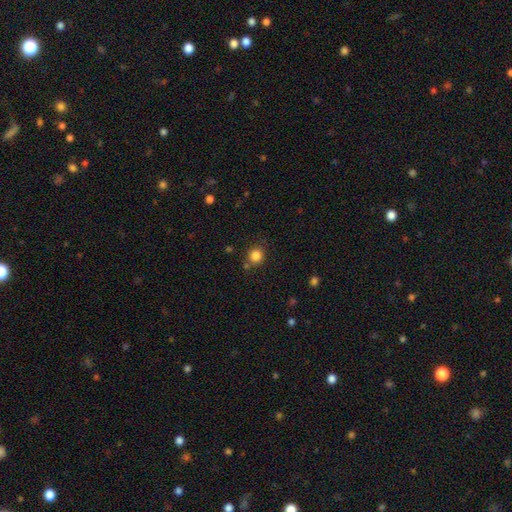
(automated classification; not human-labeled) Smooth or featured?
  - smooth: 84% *
  - star or artifact: 12%
  - featured or disk: 4%
How rounded?
  - round: 89% *
  - in between: 10%
  - cigar-shaped: 1%
Merging?
  - none: 80% *
  - minor disturbance: 10%
  - merger: 6%
  - major disturbance: 3%